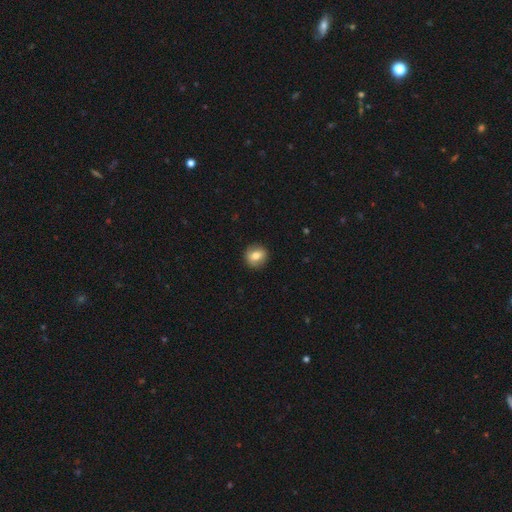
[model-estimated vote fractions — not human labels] Q: Smooth or featured?
A: smooth (75%); runner-up: featured or disk (16%)
Q: How rounded?
A: round (86%); runner-up: in between (13%)
Q: Merging?
A: none (90%); runner-up: minor disturbance (7%)